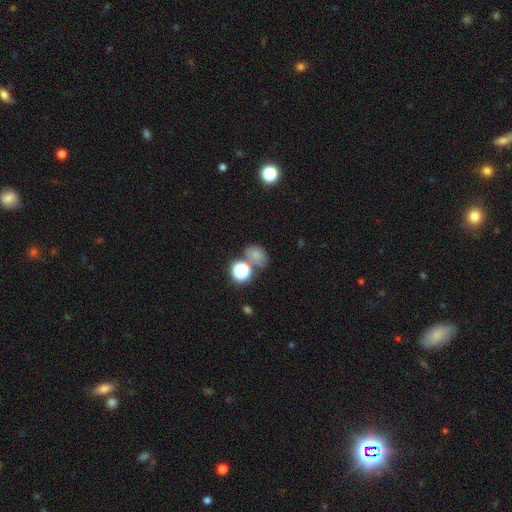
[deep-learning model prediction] Smooth or featured?
  - smooth: 65% *
  - star or artifact: 25%
  - featured or disk: 10%
How rounded?
  - in between: 52% *
  - round: 47%
  - cigar-shaped: 1%
Merging?
  - none: 50% *
  - merger: 24%
  - minor disturbance: 16%
  - major disturbance: 9%